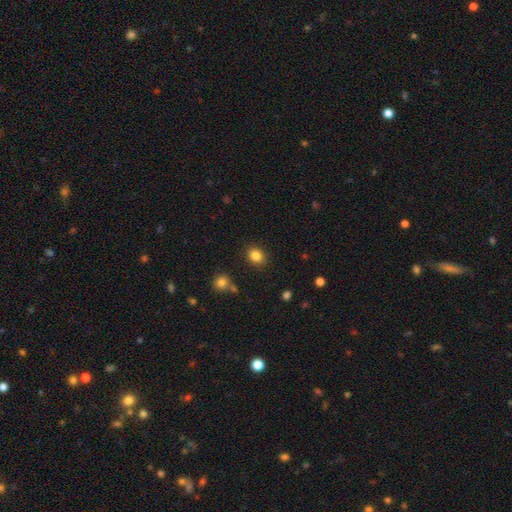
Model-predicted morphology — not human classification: This appears to be a smooth galaxy with no disk features (84%) that is round (61%). Merging: none (87%).